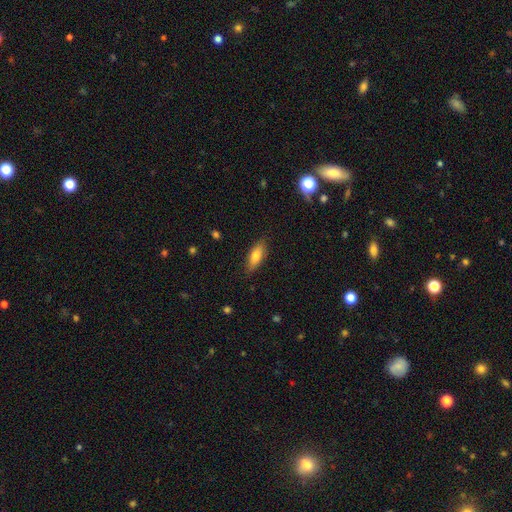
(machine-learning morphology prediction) Smooth or featured?
  - smooth: 74% *
  - featured or disk: 19%
  - star or artifact: 7%
How rounded?
  - in between: 69% *
  - cigar-shaped: 29%
  - round: 3%
Merging?
  - none: 83% *
  - minor disturbance: 13%
  - major disturbance: 3%
  - merger: 1%